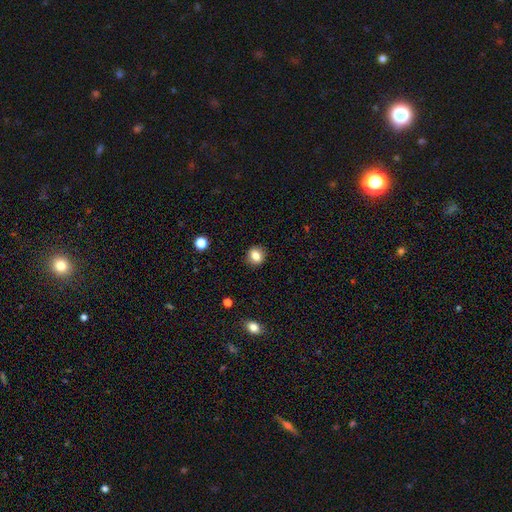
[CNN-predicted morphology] smooth 80%, star or artifact 11%, featured or disk 9%. Down the decision tree: how rounded — round (74%); merging — none (88%).